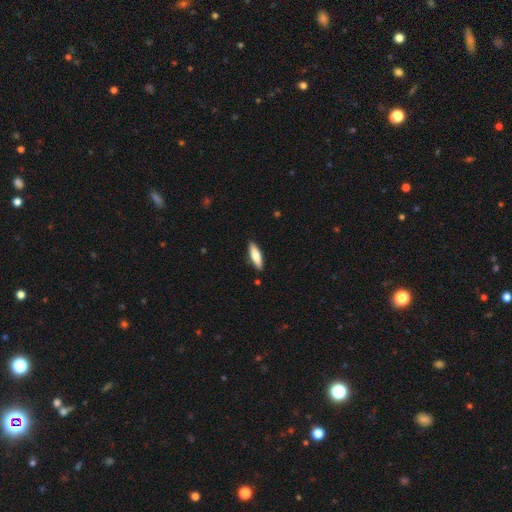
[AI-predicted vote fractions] Smooth or featured? smooth (77%)
How rounded? cigar-shaped (57%)
Merging? none (88%)